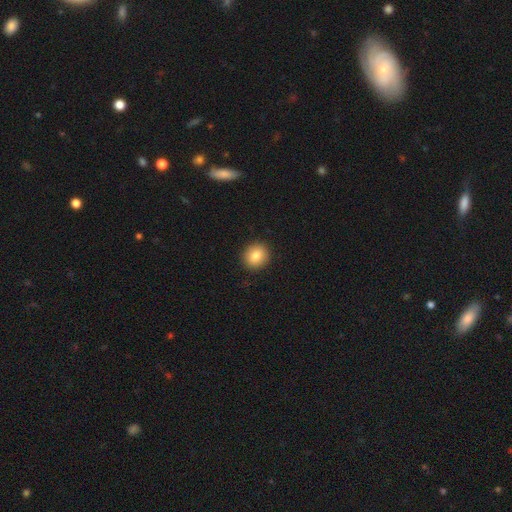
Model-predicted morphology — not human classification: This is clearly a smooth galaxy (83%). How rounded: clearly round (85%). Merging: clearly none (92%).